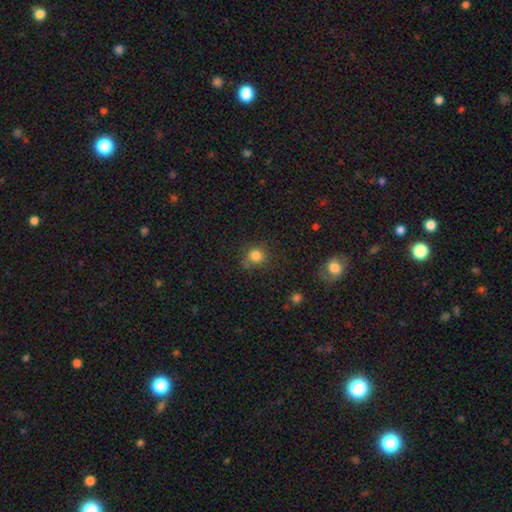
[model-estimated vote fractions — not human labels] smooth 82%, star or artifact 13%, featured or disk 5%. Down the decision tree: how rounded — round (86%); merging — none (75%).